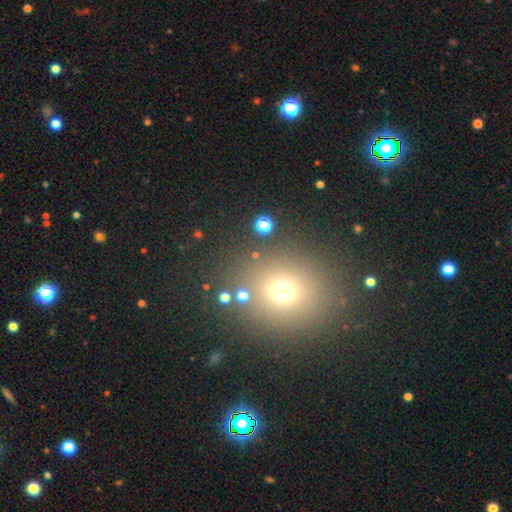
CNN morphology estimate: Smooth or featured? smooth (62%)
How rounded? round (82%)
Merging? none (82%)